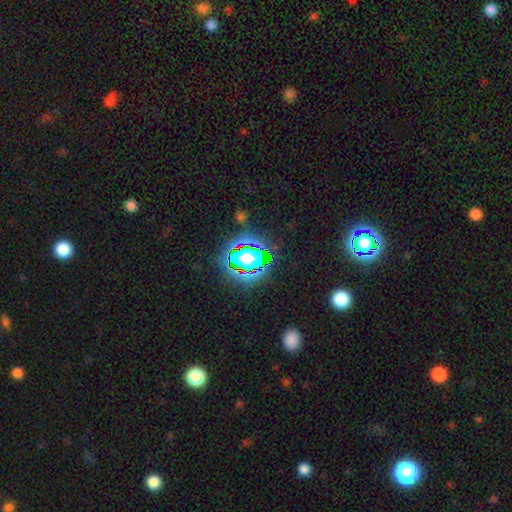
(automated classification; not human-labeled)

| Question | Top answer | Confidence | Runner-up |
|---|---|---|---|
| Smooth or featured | star or artifact | 79% | smooth (13%) |